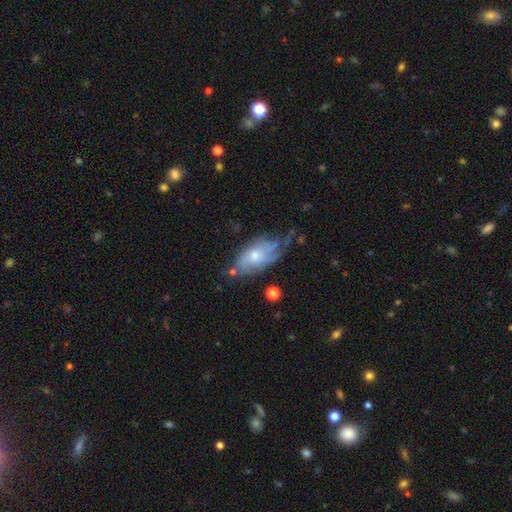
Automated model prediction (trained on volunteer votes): The model was most divided on "smooth or featured": smooth: 47%, featured or disk: 46%, star or artifact: 7%. Remaining: merging — none (41%).